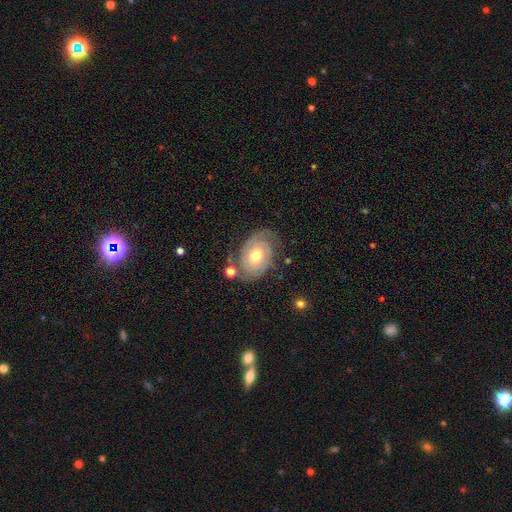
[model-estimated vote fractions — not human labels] featured or disk 76%, smooth 18%, star or artifact 6%. Down the decision tree: edge-on disk — no (96%); bar — no (76%); spiral arms — yes (89%); spiral arm count — 2 (70%); spiral winding — tight (67%); bulge size — moderate (76%); merging — none (69%).